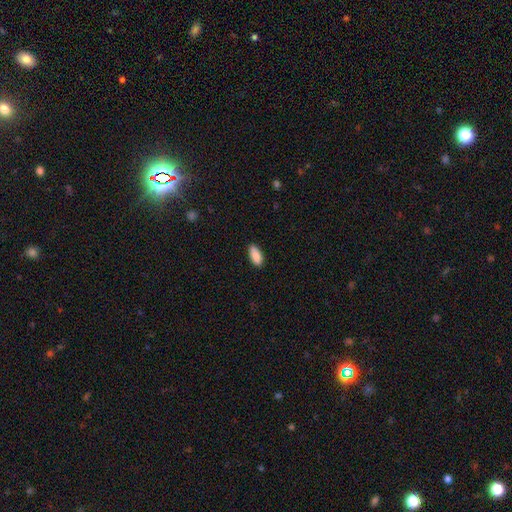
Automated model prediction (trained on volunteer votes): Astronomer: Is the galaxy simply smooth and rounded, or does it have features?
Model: smooth — 90%.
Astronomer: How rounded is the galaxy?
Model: in between — 89%.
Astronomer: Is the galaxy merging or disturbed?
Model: none — 87%.